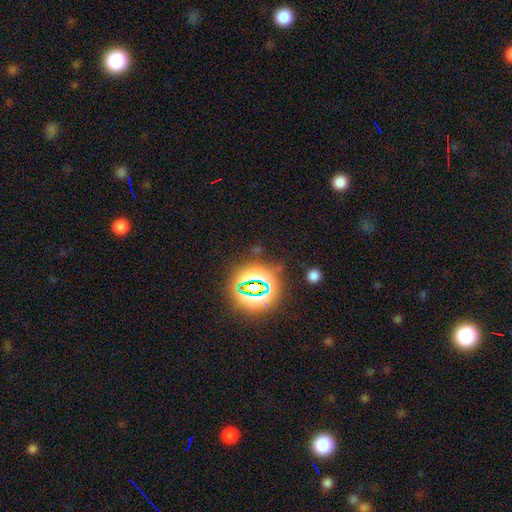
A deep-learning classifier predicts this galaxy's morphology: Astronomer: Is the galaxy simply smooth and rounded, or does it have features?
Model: star or artifact — 76%.